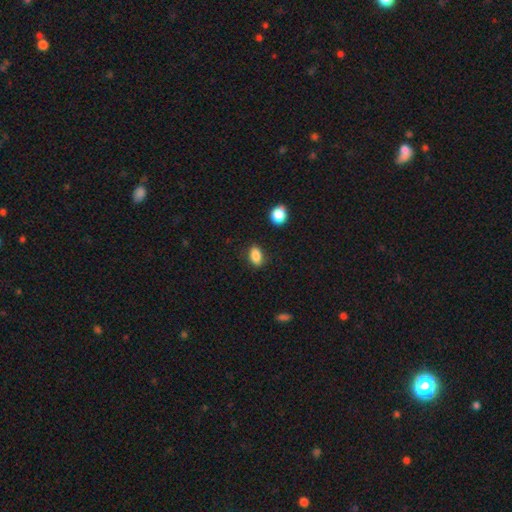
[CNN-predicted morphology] smooth-or-featured: smooth: 87% | star or artifact: 9% | featured or disk: 5%
  how-rounded: in between: 85% | round: 12% | cigar-shaped: 3%
  merging: none: 84% | minor disturbance: 12% | major disturbance: 3% | merger: 2%